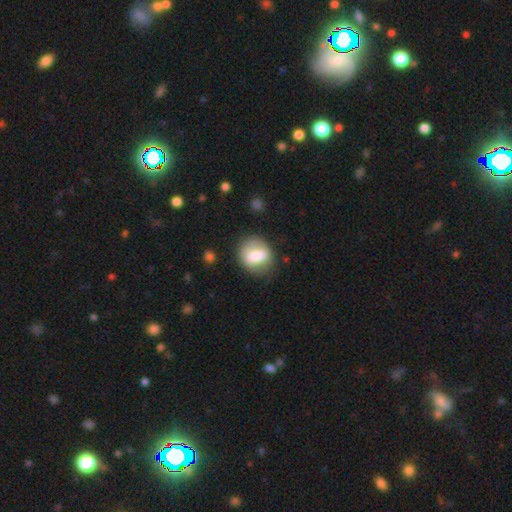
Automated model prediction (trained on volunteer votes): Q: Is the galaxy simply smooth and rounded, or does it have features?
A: smooth — 68%.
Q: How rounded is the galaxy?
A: round — 62%.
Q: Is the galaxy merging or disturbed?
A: none — 72%.